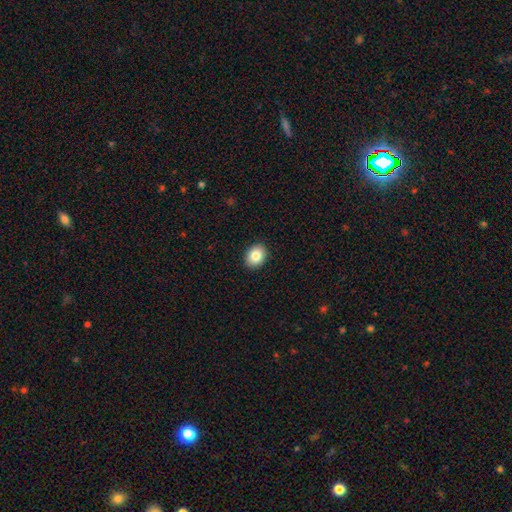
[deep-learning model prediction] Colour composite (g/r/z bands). It shows a smooth galaxy with no disk features (85%) that is in between round and cigar-shaped (59%). Merging: none (91%).